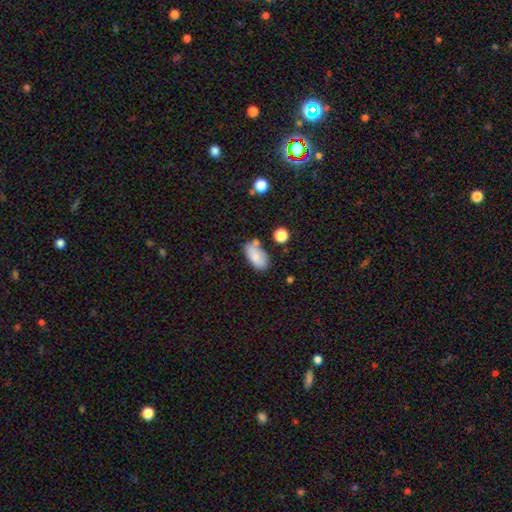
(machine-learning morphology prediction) This is clearly a smooth galaxy (81%). How rounded: clearly in between (93%). Merging: possibly none (54%).